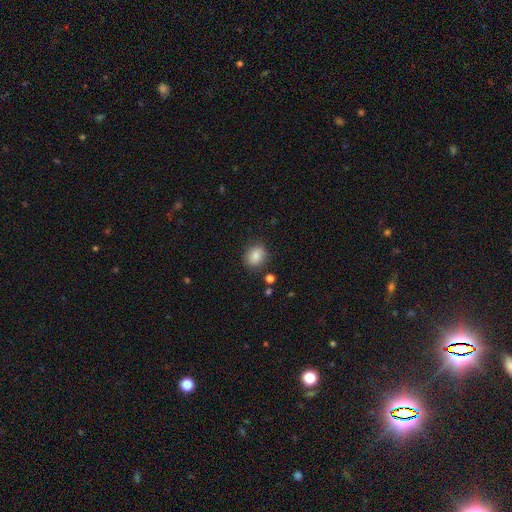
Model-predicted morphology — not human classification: The model was most divided on "how rounded": round: 51%, in between: 48%, cigar-shaped: 1%. More confident: smooth or featured — smooth (85%); merging — none (84%).